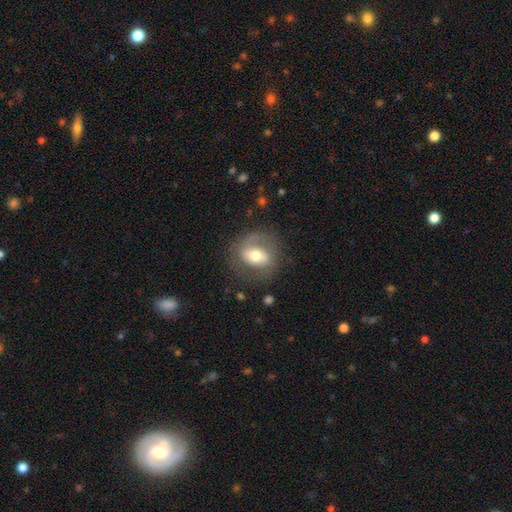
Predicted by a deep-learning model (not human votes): This appears to be a featured or disk galaxy (51%). Merging: none (70%).